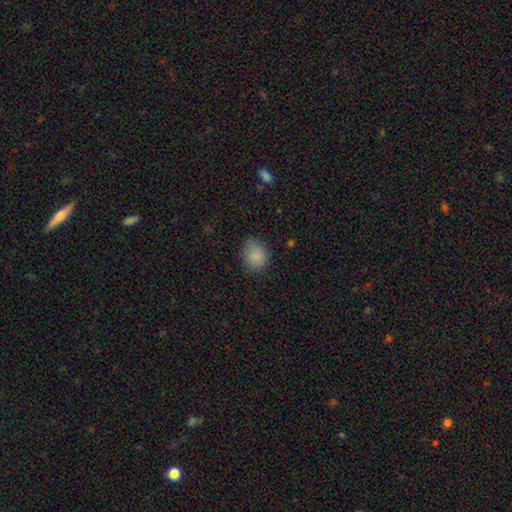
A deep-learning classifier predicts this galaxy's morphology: Overall: smooth (86%). How rounded: round (73%). Merging: none (77%).